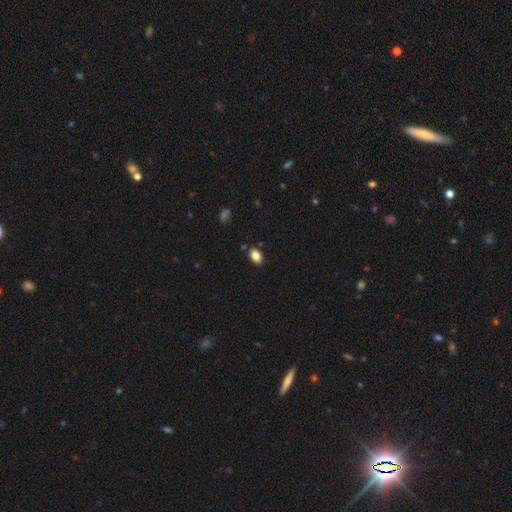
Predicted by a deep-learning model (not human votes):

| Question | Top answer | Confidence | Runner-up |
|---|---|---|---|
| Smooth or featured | smooth | 85% | star or artifact (9%) |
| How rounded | in between | 86% | round (12%) |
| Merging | none | 85% | minor disturbance (11%) |